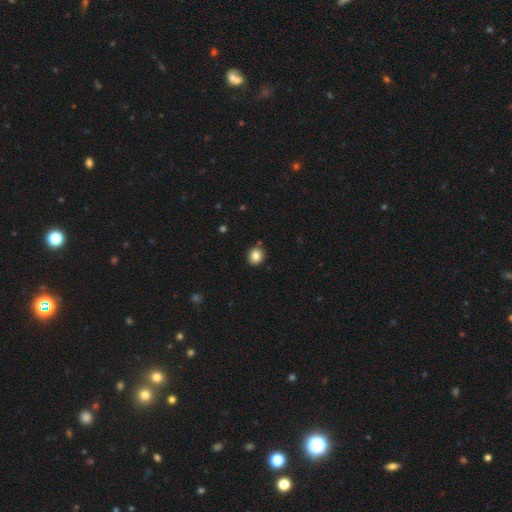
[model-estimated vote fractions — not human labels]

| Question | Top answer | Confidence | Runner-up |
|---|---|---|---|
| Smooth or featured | smooth | 85% | star or artifact (10%) |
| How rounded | round | 75% | in between (24%) |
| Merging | none | 88% | minor disturbance (8%) |